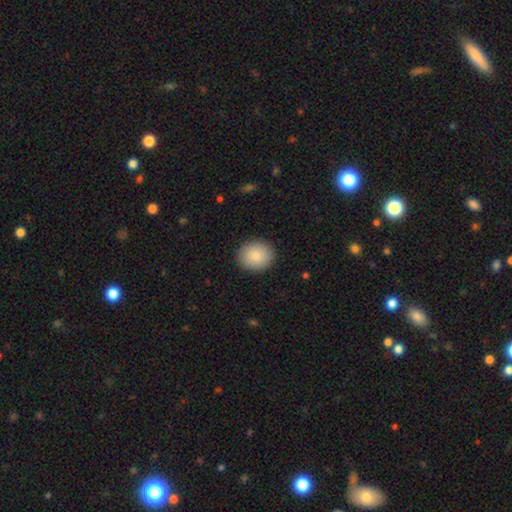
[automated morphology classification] Smooth or featured?
  - smooth: 87% *
  - star or artifact: 7%
  - featured or disk: 6%
How rounded?
  - round: 66% *
  - in between: 33%
  - cigar-shaped: 1%
Merging?
  - none: 90% *
  - minor disturbance: 7%
  - major disturbance: 2%
  - merger: 1%